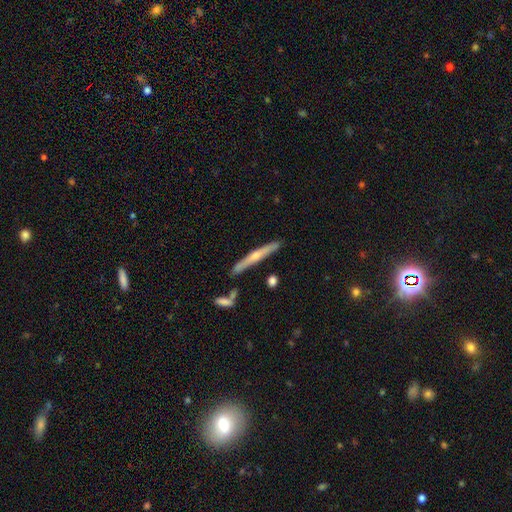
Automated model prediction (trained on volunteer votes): The model was most divided on "smooth or featured": featured or disk: 61%, smooth: 32%, star or artifact: 6%. More confident: edge-on disk — yes (95%); merging — none (82%); edge-on bulge — rounded (75%).